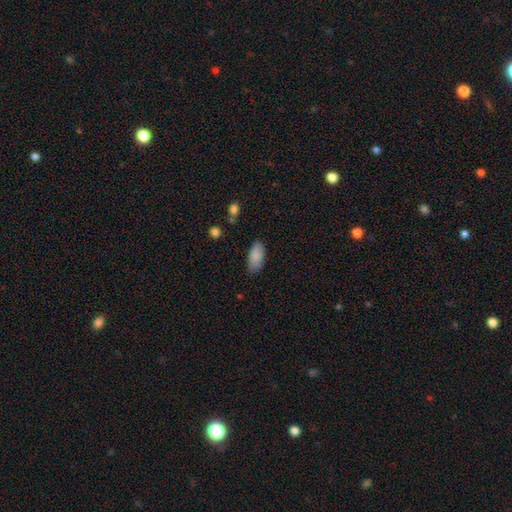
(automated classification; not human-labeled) This appears to be a smooth galaxy with no disk features (88%) that is in between round and cigar-shaped (92%). Merging: none (81%).